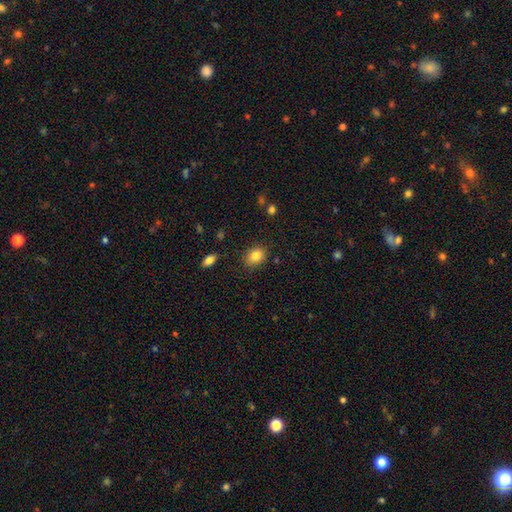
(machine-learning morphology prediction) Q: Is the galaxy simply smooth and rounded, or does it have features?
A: smooth — 84%.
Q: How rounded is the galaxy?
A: in between — 64%.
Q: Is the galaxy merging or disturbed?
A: none — 83%.